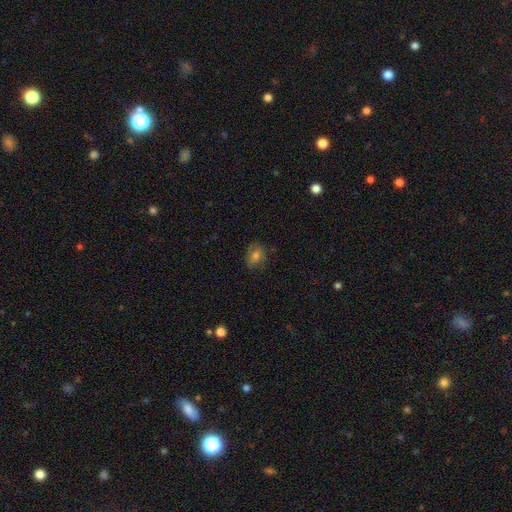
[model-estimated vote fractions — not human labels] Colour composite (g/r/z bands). It shows a smooth galaxy with no disk features (68%) that is round (53%). Merging: none (73%).